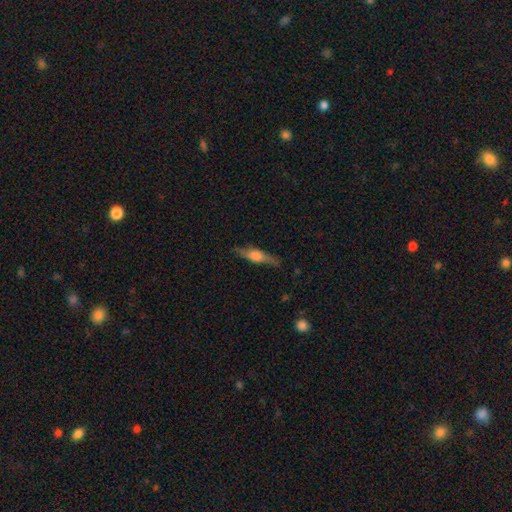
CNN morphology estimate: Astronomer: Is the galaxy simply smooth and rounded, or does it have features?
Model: featured or disk — 54% (runner-up: smooth, 39%).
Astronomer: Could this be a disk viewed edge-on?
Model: yes — 91%.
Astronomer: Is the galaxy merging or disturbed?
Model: none — 80%.